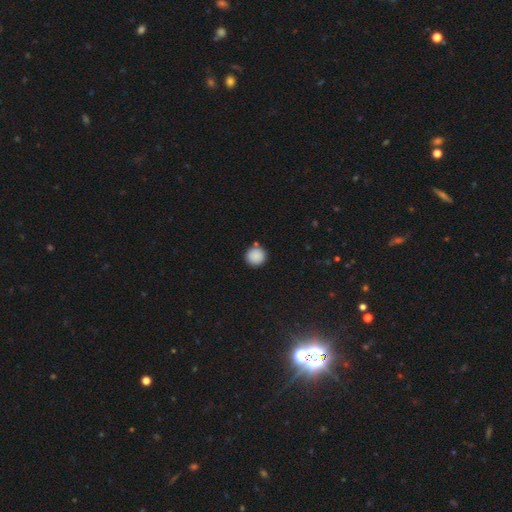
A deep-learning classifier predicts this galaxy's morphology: Q: Smooth or featured?
A: smooth (88%); runner-up: star or artifact (9%)
Q: How rounded?
A: round (94%); runner-up: in between (5%)
Q: Merging?
A: none (85%); runner-up: minor disturbance (8%)